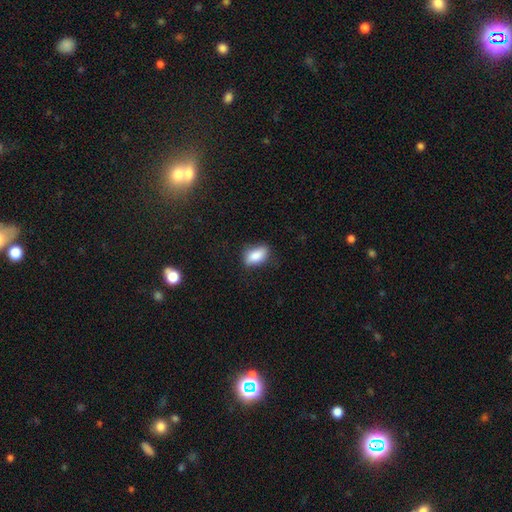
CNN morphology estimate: This appears to be a smooth galaxy with no disk features (85%) that is in between round and cigar-shaped (88%). Merging: none (74%).